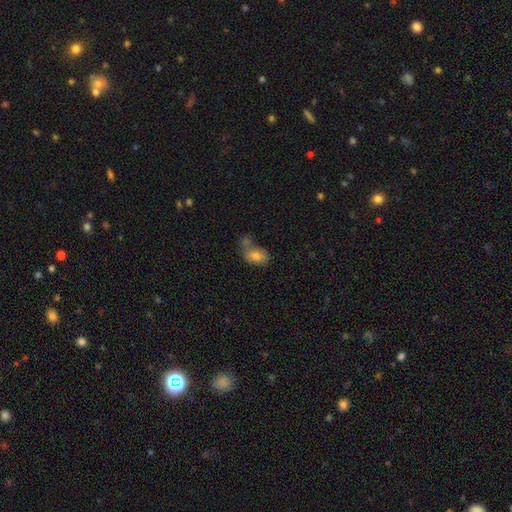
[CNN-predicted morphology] This appears to be a smooth galaxy with no disk features (74%) that is in between round and cigar-shaped (86%). Merging: merger (33%).